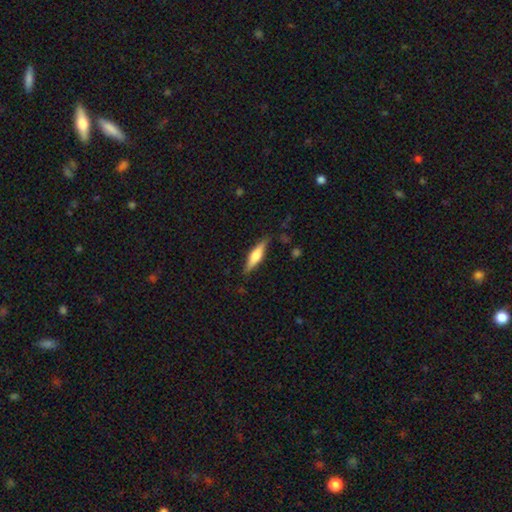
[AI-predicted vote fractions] Smooth or featured? Predicted: smooth (p=0.51). How rounded? Predicted: cigar-shaped (p=0.70). Merging? Predicted: none (p=0.84).